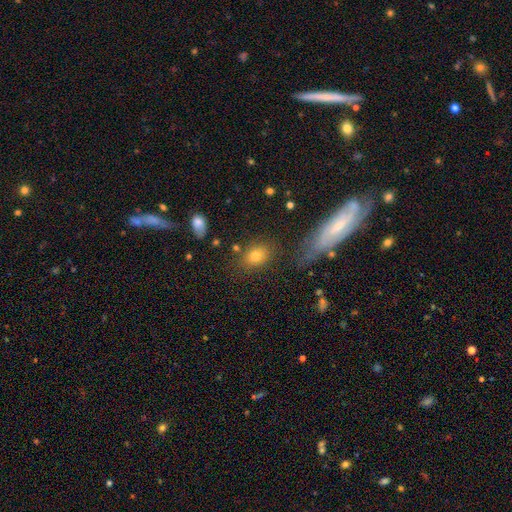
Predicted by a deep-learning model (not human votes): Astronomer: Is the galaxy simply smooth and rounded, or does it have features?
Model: smooth — 76%.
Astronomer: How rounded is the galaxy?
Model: in between — 65%.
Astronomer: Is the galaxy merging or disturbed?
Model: none — 76%.